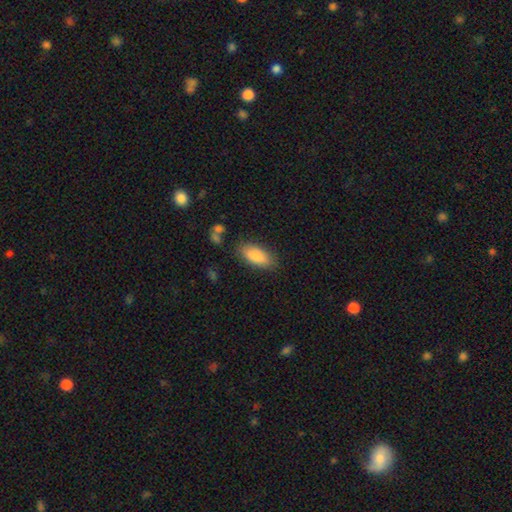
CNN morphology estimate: This is clearly a smooth galaxy (85%). How rounded: clearly in between (85%). Merging: clearly none (83%).